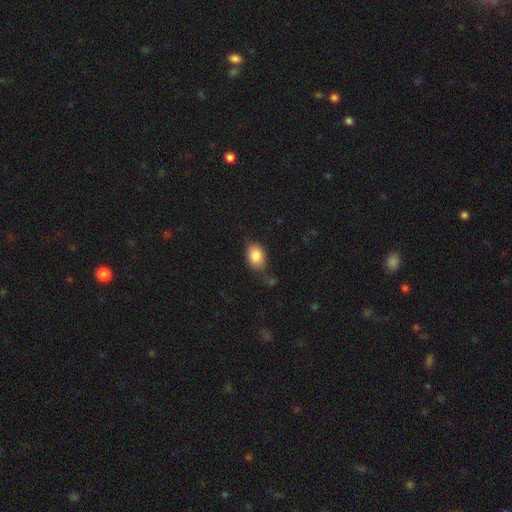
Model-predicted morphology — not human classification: A smooth galaxy with no disk features (85%) that is in between round and cigar-shaped (77%).

Vote fractions:
- Smooth or featured? smooth: 85% / featured or disk: 8% / star or artifact: 8%
- How rounded? in between: 77% / round: 22% / cigar-shaped: 1%
- Merging? none: 69% / minor disturbance: 22% / major disturbance: 5% / merger: 4%